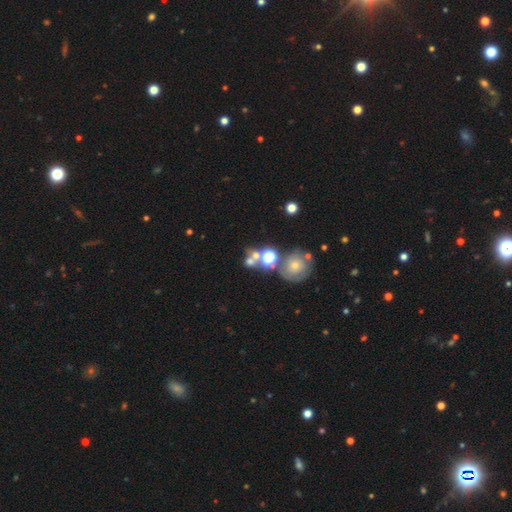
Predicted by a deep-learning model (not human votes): A smooth galaxy with no disk features (52%) that is round (80%). Merging: none (45%).